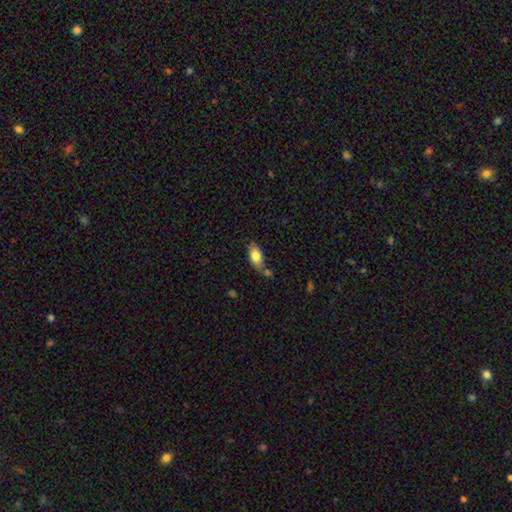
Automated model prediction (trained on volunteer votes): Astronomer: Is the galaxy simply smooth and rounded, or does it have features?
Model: smooth — 77%.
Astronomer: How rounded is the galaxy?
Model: in between — 87%.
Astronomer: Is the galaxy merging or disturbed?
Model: none — 50%.